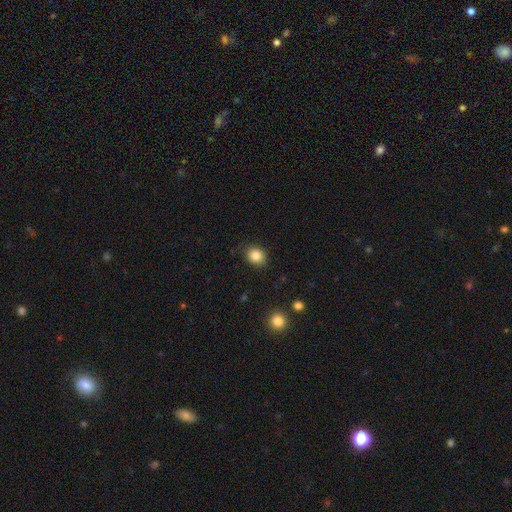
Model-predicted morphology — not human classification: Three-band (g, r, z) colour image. It shows a smooth galaxy with no disk features (86%) that is round (58%). Merging: none (86%).